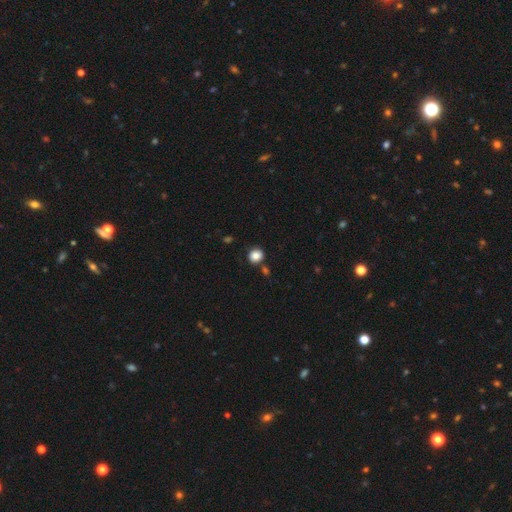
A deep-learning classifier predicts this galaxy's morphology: smooth_or_featured: smooth (p=0.85) [alt: star or artifact p=0.10]
how_rounded: round (p=0.84) [alt: in between p=0.15]
merging: none (p=0.80) [alt: minor disturbance p=0.10]